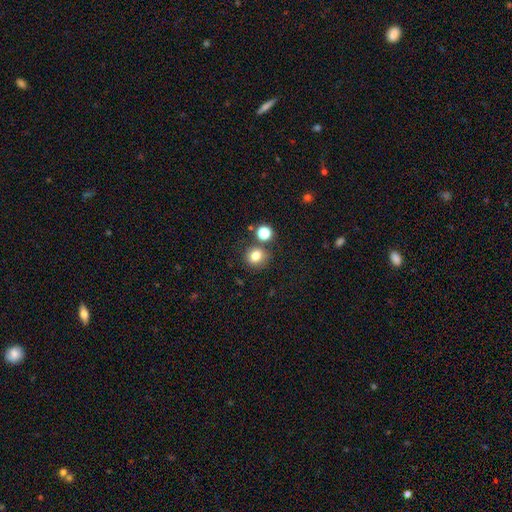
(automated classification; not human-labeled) A smooth galaxy with no disk features (78%) that is round (83%). Merging: none (76%).